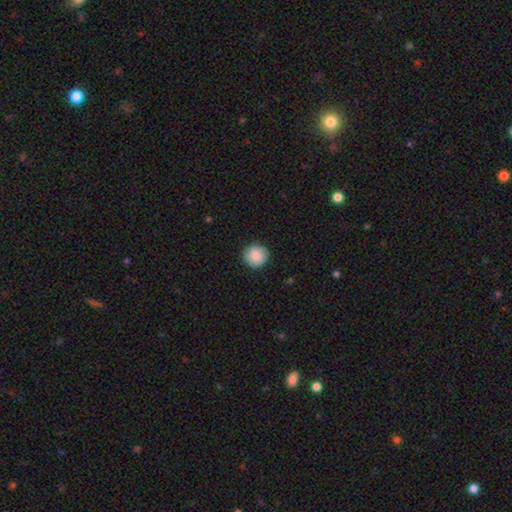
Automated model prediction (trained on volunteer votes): smooth 87%, star or artifact 7%, featured or disk 6%. Down the decision tree: how rounded — round (93%); merging — none (87%).